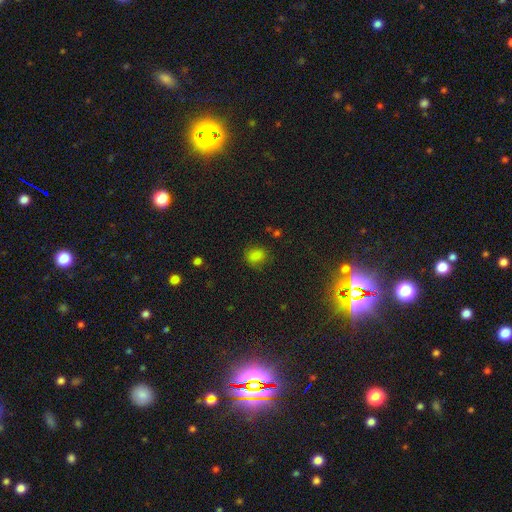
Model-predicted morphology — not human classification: smooth 80%, star or artifact 15%, featured or disk 5%. Down the decision tree: how rounded — in between (50%); merging — none (74%).